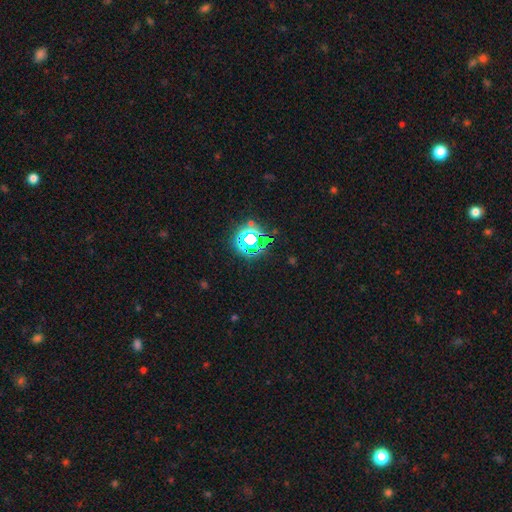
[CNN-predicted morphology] Smooth or featured?
  - star or artifact: 74% *
  - smooth: 19%
  - featured or disk: 7%